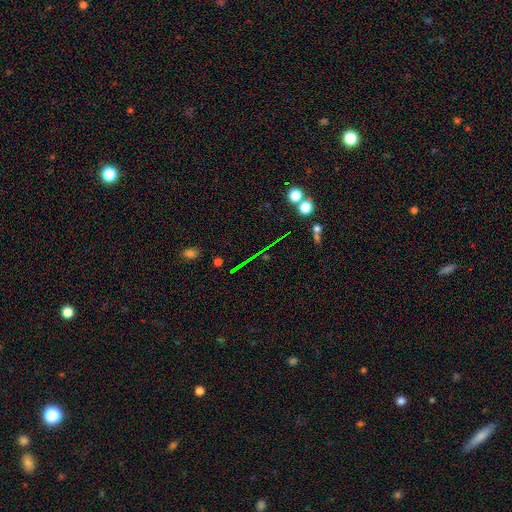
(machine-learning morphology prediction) smooth-or-featured: star or artifact: 66% | smooth: 19% | featured or disk: 15%